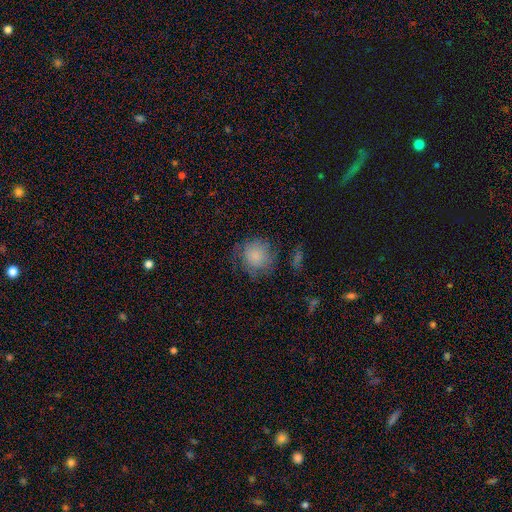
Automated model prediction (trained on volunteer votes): Smooth or featured? smooth (79%)
How rounded? round (90%)
Merging? none (66%)